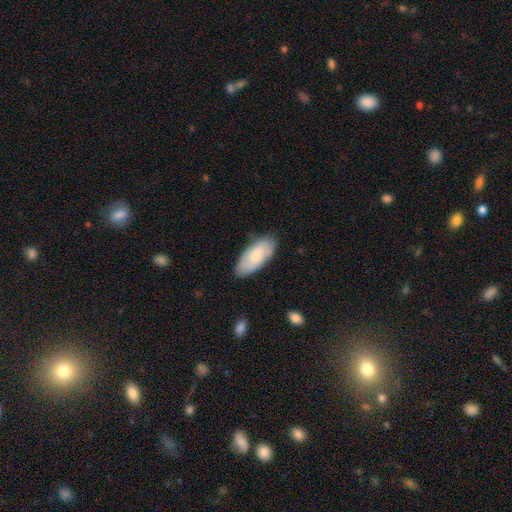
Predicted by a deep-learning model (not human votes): Morphology: type=smooth (71%); roundness=in between (88%); merging=none (81%).